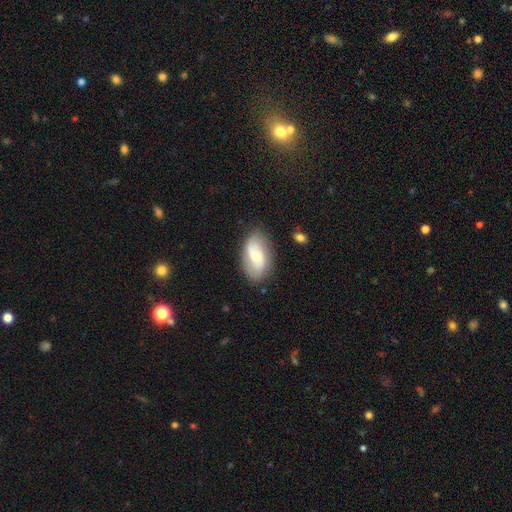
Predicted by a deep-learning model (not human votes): A featured or disk galaxy (56%) with no bar (52%), spiral arms (86%) and a small central bulge (47%). Merging: none (76%).